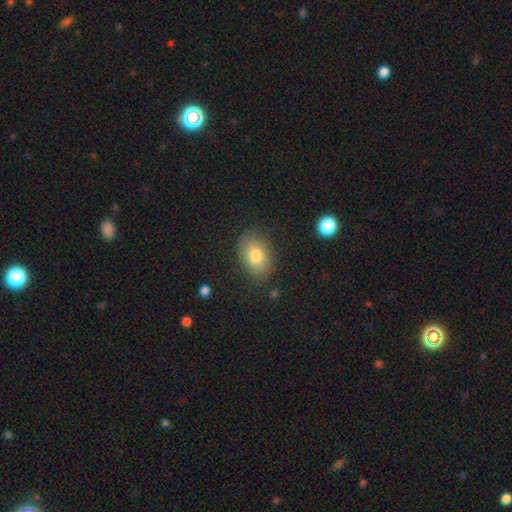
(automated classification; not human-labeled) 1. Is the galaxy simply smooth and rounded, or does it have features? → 78% smooth, 13% featured or disk, 9% star or artifact.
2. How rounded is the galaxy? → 84% in between, 15% round, 1% cigar-shaped.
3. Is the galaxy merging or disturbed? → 81% none, 14% minor disturbance, 4% major disturbance, 2% merger.